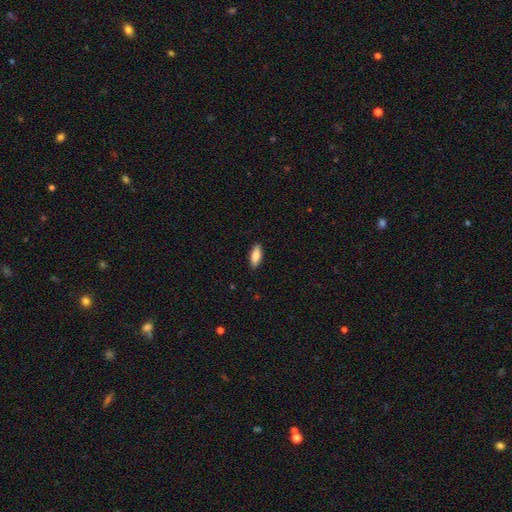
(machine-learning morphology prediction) smooth-or-featured: smooth: 83% | featured or disk: 11% | star or artifact: 6%
  how-rounded: in between: 75% | cigar-shaped: 23% | round: 2%
  merging: none: 89% | minor disturbance: 8% | major disturbance: 2% | merger: 1%